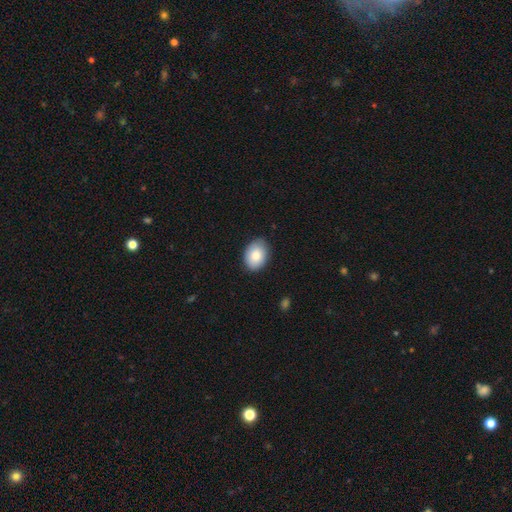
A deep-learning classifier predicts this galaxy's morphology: Smooth or featured? Predicted: smooth (p=0.82). How rounded? Predicted: in between (p=0.77). Merging? Predicted: none (p=0.85).